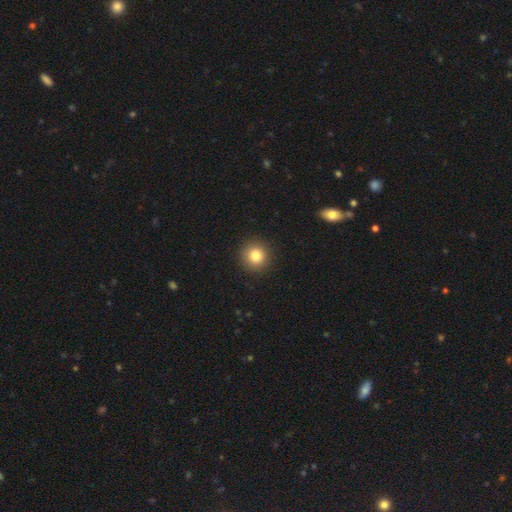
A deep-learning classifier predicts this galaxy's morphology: Q: Smooth or featured?
A: smooth (82%); runner-up: star or artifact (11%)
Q: How rounded?
A: round (93%); runner-up: in between (6%)
Q: Merging?
A: none (92%); runner-up: minor disturbance (5%)